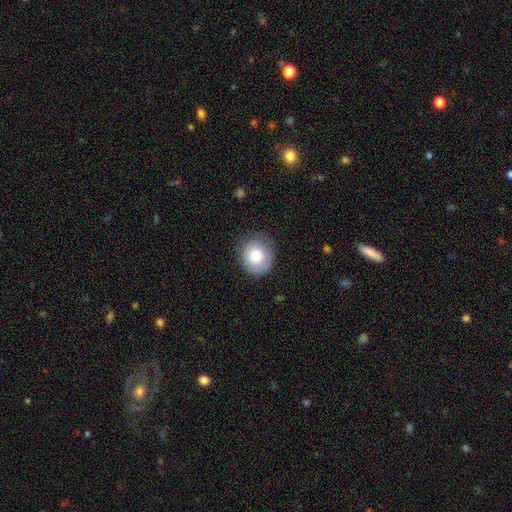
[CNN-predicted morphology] smooth 79%, featured or disk 13%, star or artifact 8%. Down the decision tree: how rounded — round (81%); merging — none (78%).